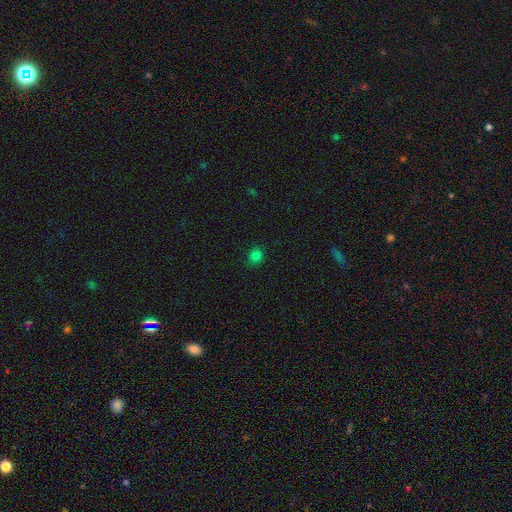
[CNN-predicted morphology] smooth_or_featured: smooth (p=0.80) [alt: star or artifact p=0.17]
how_rounded: round (p=0.78) [alt: in between p=0.21]
merging: none (p=0.87) [alt: minor disturbance p=0.09]